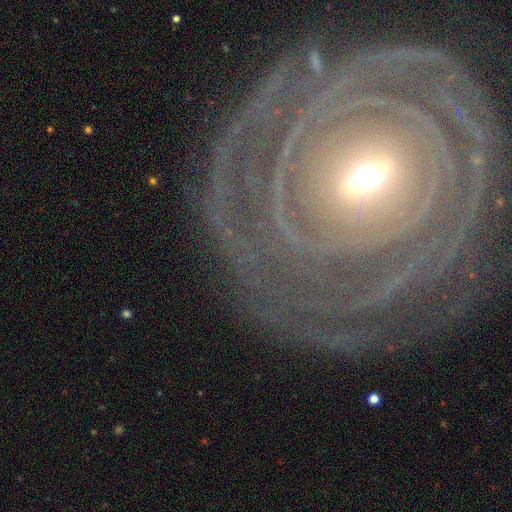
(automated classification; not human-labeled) Smooth or featured? featured or disk (87%)
Edge-on disk? no (96%)
Bar? weak (36%)
Spiral arms? yes (93%)
Spiral winding? tight (88%)
Spiral arm count? can't tell (30%)
Bulge size? moderate (54%)
Merging? none (79%)